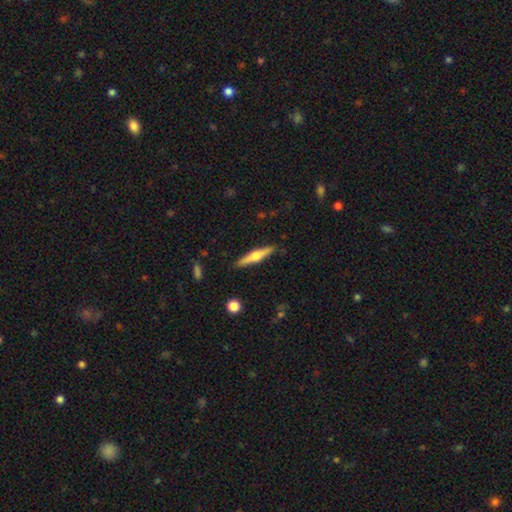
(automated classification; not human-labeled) This appears to be a featured or disk galaxy (62%) viewed edge-on (97%) with a rounded central bulge (92%). Merging: none (89%).